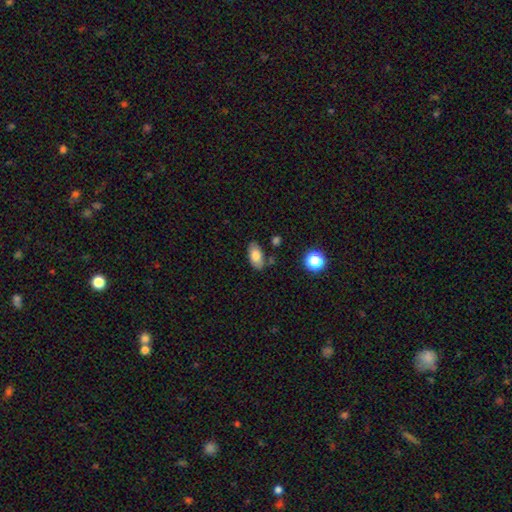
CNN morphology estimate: type=smooth (78%); roundness=in between (92%); merging=none (79%).